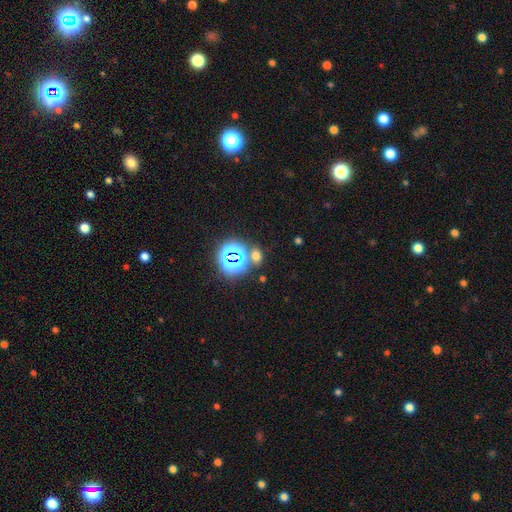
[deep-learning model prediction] This appears to be a smooth galaxy with no disk features (52%) that is in between round and cigar-shaped (55%). Merging: none (72%).